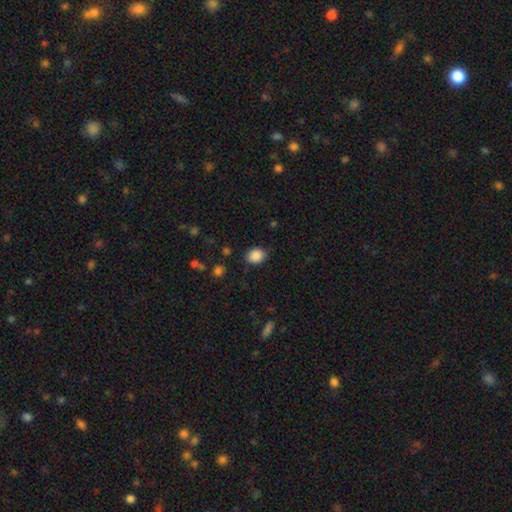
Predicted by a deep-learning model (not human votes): Smooth or featured?
  - smooth: 88% *
  - star or artifact: 9%
  - featured or disk: 3%
How rounded?
  - round: 54% *
  - in between: 46%
  - cigar-shaped: 1%
Merging?
  - none: 82% *
  - minor disturbance: 13%
  - major disturbance: 3%
  - merger: 2%